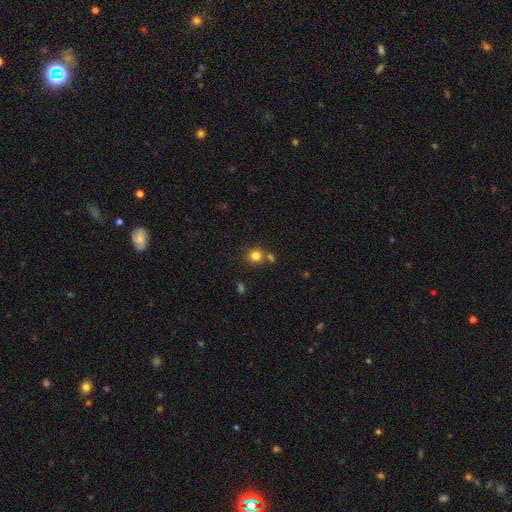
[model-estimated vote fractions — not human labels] smooth_or_featured: smooth (p=0.82) [alt: star or artifact p=0.12]
how_rounded: round (p=0.88) [alt: in between p=0.11]
merging: none (p=0.69) [alt: merger p=0.17]